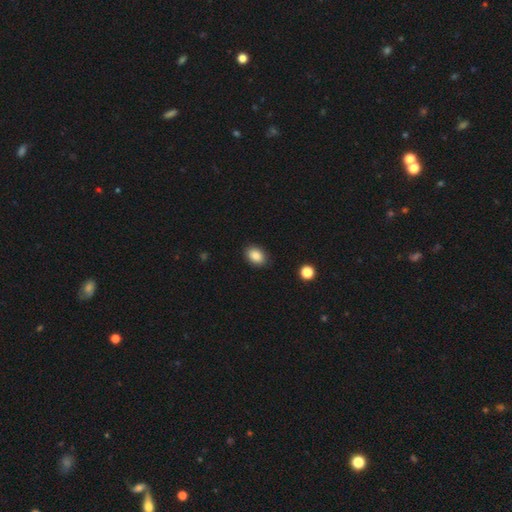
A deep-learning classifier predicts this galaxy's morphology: smooth-or-featured: smooth: 87% | star or artifact: 9% | featured or disk: 4%
  how-rounded: in between: 81% | round: 18% | cigar-shaped: 1%
  merging: none: 88% | minor disturbance: 9% | major disturbance: 2% | merger: 1%